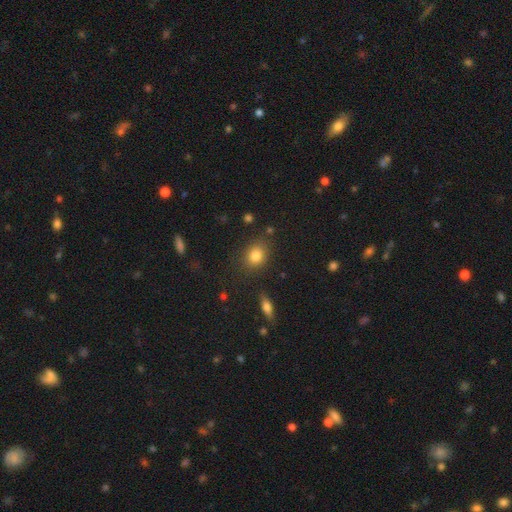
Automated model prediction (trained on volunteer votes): A smooth galaxy with no disk features (82%) that is round (56%). Merging: none (81%).